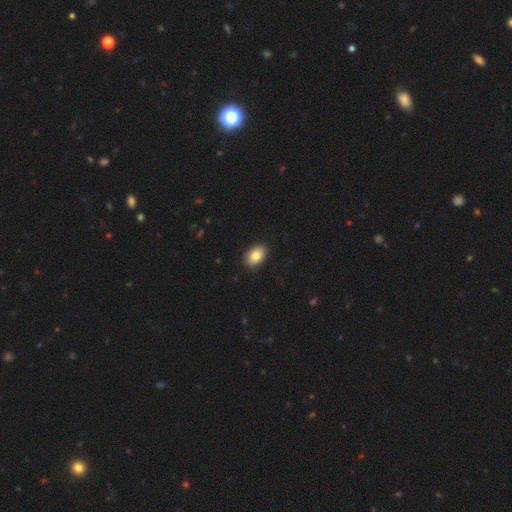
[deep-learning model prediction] smooth 86%, star or artifact 8%, featured or disk 7%. Down the decision tree: how rounded — in between (79%); merging — none (90%).